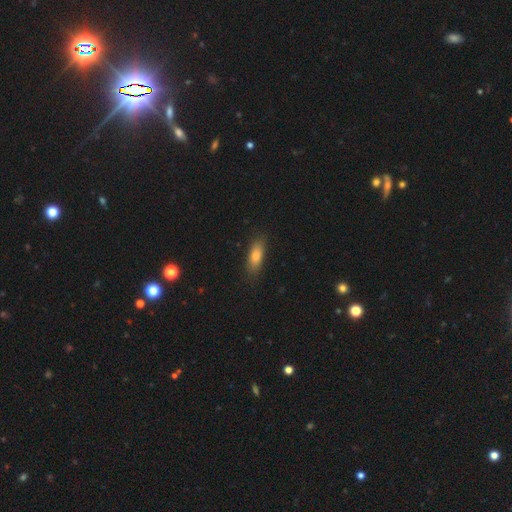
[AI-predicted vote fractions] smooth 79%, featured or disk 12%, star or artifact 8%. Down the decision tree: how rounded — in between (64%); merging — none (84%).